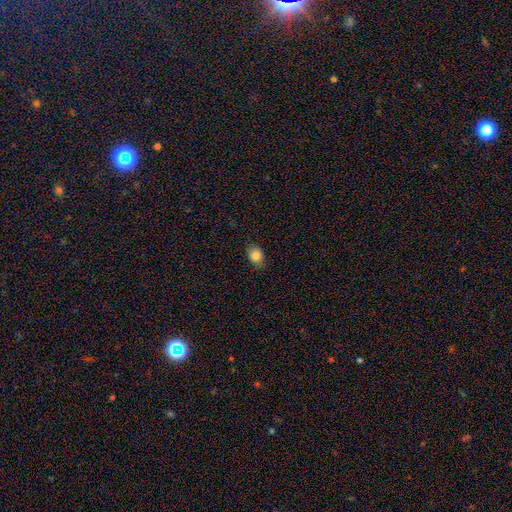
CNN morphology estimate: Smooth or featured: smooth — 85% (star or artifact — 10%)
How rounded: round — 55% (in between — 44%)
Merging: none — 84% (minor disturbance — 13%)